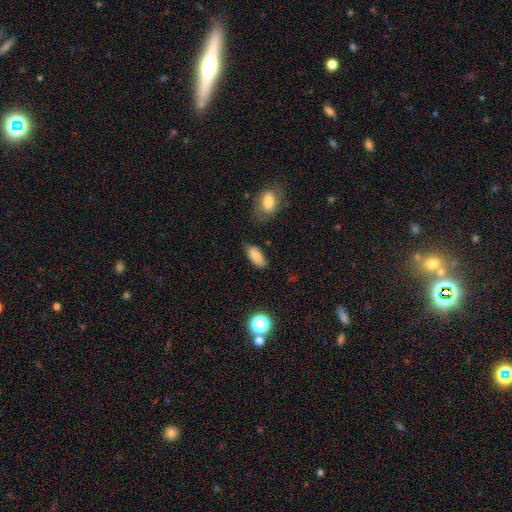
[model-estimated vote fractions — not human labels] Smooth or featured?
  - smooth: 83% *
  - star or artifact: 9%
  - featured or disk: 9%
How rounded?
  - in between: 88% *
  - cigar-shaped: 9%
  - round: 3%
Merging?
  - none: 77% *
  - minor disturbance: 17%
  - major disturbance: 4%
  - merger: 3%